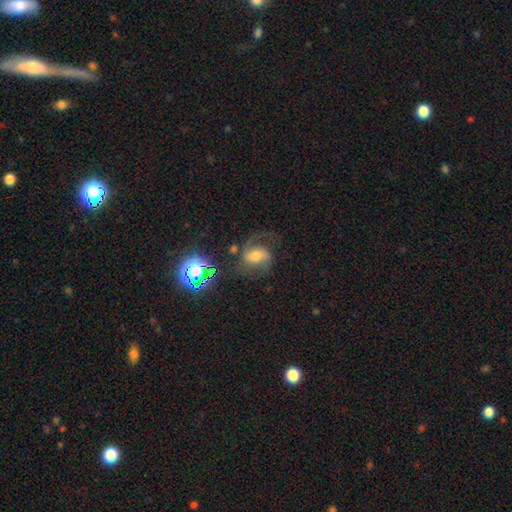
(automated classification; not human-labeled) The model was most divided on "bar": weak: 44%, no: 30%, strong: 27%. More confident: edge-on disk — no (97%); spiral arms — yes (94%); spiral arm count — 2 (81%); smooth or featured — featured or disk (70%); merging — none (59%); bulge size — moderate (53%); spiral winding — medium (51%).